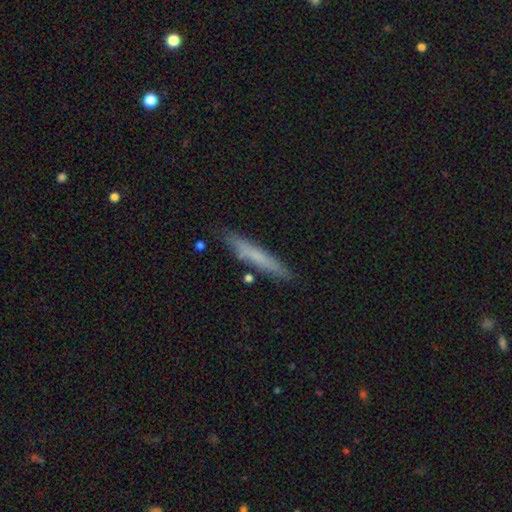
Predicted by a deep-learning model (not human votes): Morphology: type=smooth (66%); roundness=cigar-shaped (95%); merging=none (86%).